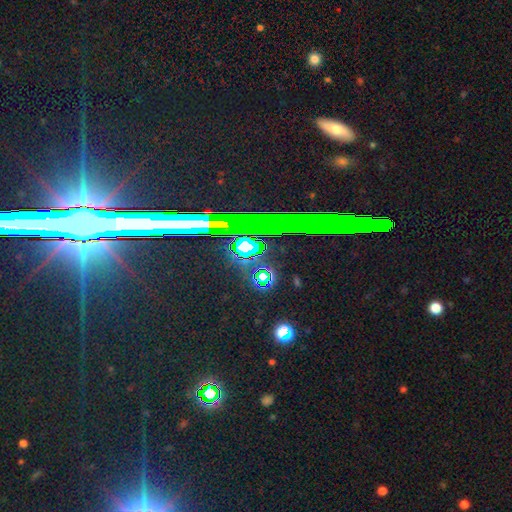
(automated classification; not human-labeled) smooth_or_featured: star or artifact (p=0.81) [alt: featured or disk p=0.11]